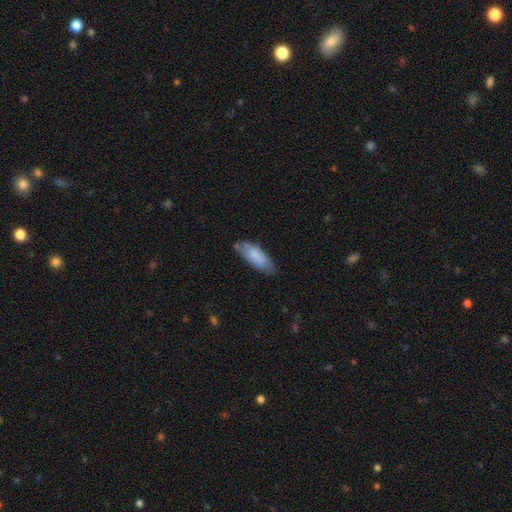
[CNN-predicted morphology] This is likely a smooth galaxy (79%). How rounded: likely in between (73%). Merging: likely none (65%).